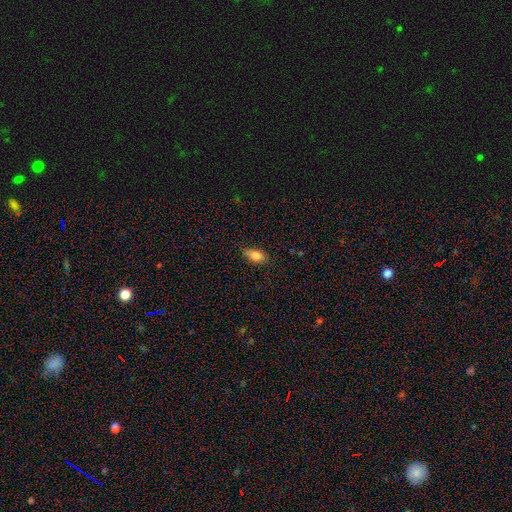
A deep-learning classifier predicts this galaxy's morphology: Smooth or featured? Predicted: smooth (p=0.79). How rounded? Predicted: in between (p=0.85). Merging? Predicted: none (p=0.71).